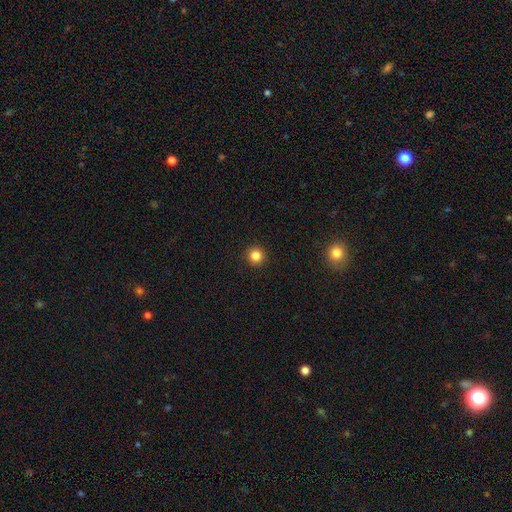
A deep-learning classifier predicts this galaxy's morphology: Overall: smooth (83%). How rounded: round (95%). Merging: none (93%).